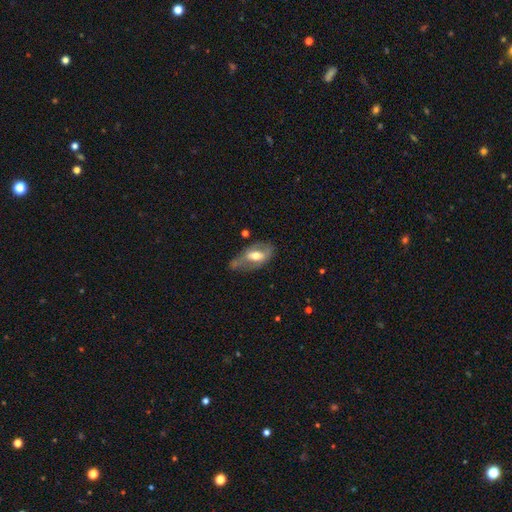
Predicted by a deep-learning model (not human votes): smooth_or_featured: featured or disk (p=0.53) [alt: smooth p=0.41]
disk_edge_on: no (p=0.83) [alt: yes p=0.17]
merging: none (p=0.39) [alt: minor disturbance p=0.32]